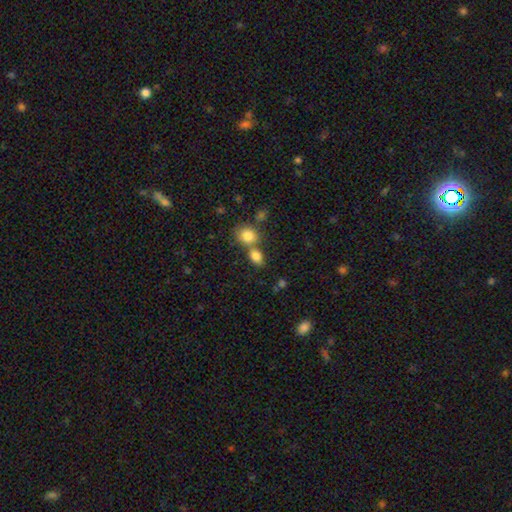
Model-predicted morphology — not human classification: Q: Smooth or featured?
A: smooth (82%); runner-up: star or artifact (10%)
Q: How rounded?
A: in between (70%); runner-up: round (28%)
Q: Merging?
A: merger (44%); runner-up: none (43%)